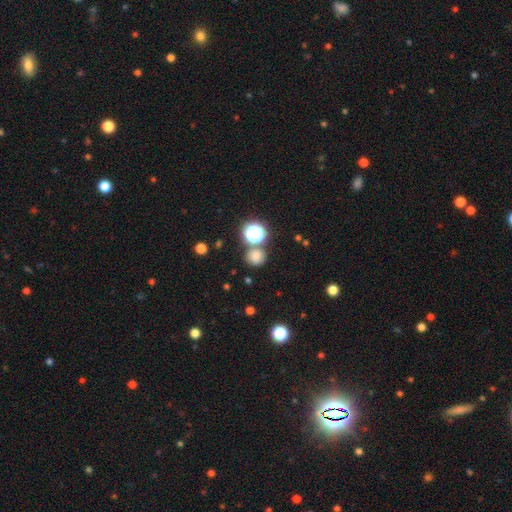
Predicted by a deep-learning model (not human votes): Smooth or featured? smooth (74%)
How rounded? round (86%)
Merging? none (74%)